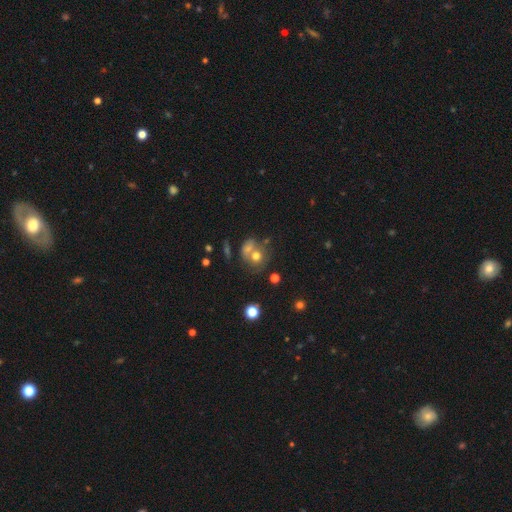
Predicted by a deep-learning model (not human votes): Morphology: type=smooth (62%); roundness=round (74%); merging=merger (44%).